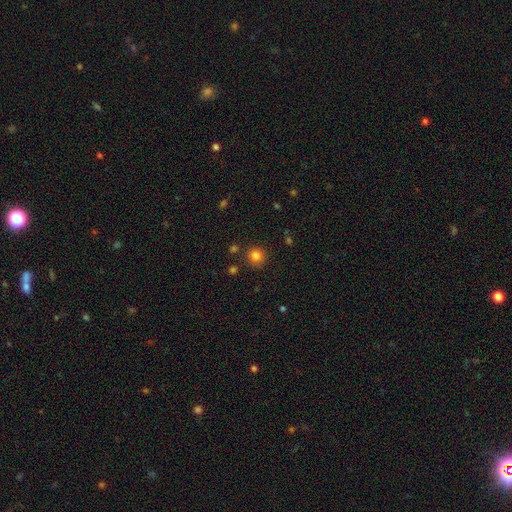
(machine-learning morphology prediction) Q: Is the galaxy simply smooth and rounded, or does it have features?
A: smooth — 82%.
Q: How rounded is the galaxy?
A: round — 92%.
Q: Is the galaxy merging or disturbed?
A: none — 86%.